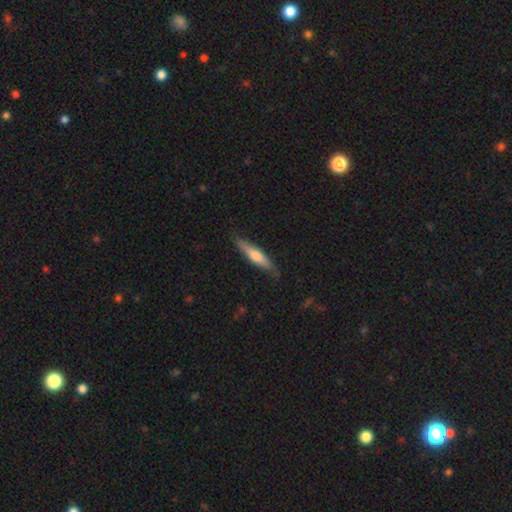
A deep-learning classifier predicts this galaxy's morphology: smooth 53%, featured or disk 42%, star or artifact 5%. Down the decision tree: how rounded — cigar-shaped (86%); merging — none (82%).